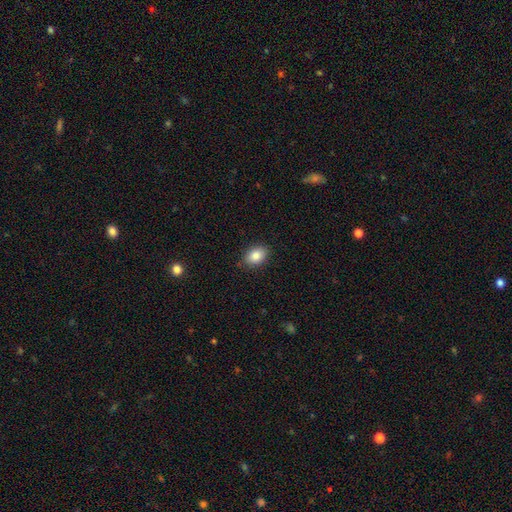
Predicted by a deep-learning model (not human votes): Smooth or featured? smooth (85%)
How rounded? in between (78%)
Merging? none (86%)